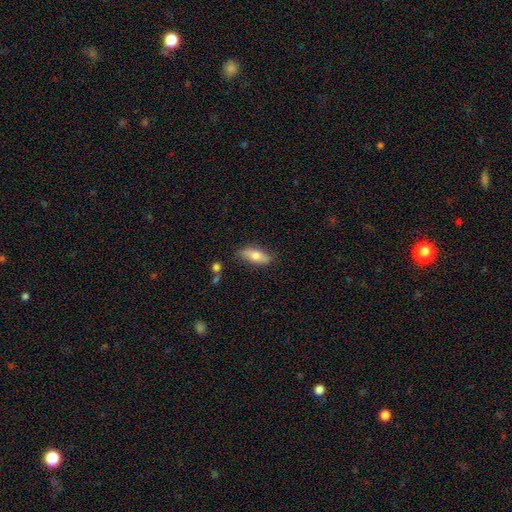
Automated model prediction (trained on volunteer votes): Smooth or featured?
  - smooth: 70% *
  - featured or disk: 23%
  - star or artifact: 6%
How rounded?
  - in between: 75% *
  - cigar-shaped: 22%
  - round: 3%
Merging?
  - none: 81% *
  - minor disturbance: 14%
  - major disturbance: 3%
  - merger: 2%